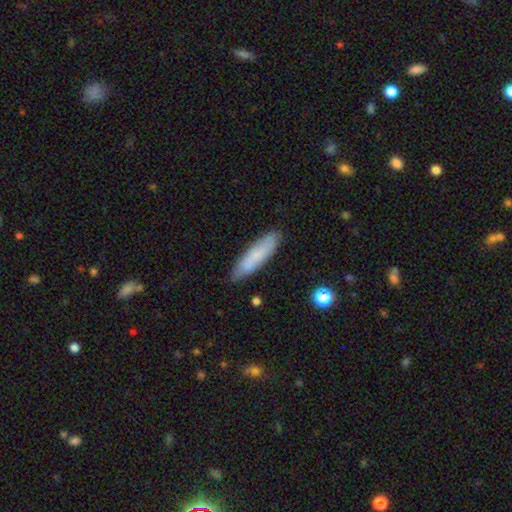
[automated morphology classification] type=smooth (75%); roundness=cigar-shaped (77%); merging=none (85%).